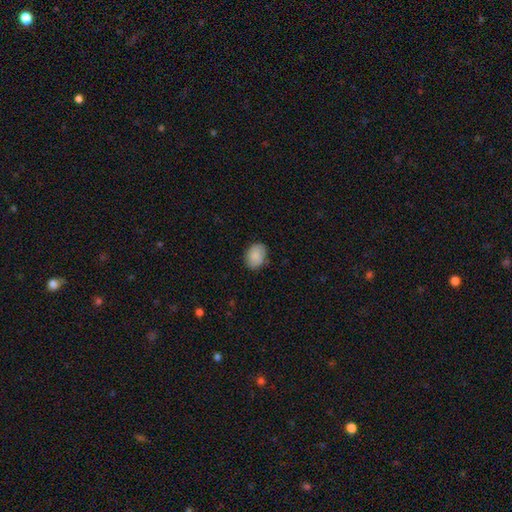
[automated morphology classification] Q: Smooth or featured?
A: smooth (86%); runner-up: star or artifact (7%)
Q: How rounded?
A: in between (73%); runner-up: round (26%)
Q: Merging?
A: none (80%); runner-up: minor disturbance (16%)